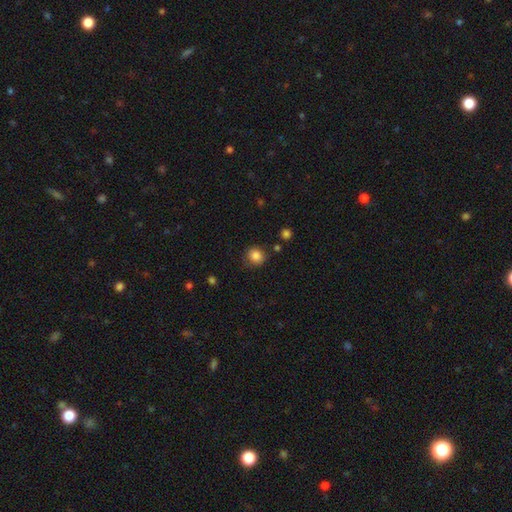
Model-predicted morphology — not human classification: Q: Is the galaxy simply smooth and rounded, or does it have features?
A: smooth — 85%.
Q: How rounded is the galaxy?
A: round — 87%.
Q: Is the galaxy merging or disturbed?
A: none — 81%.